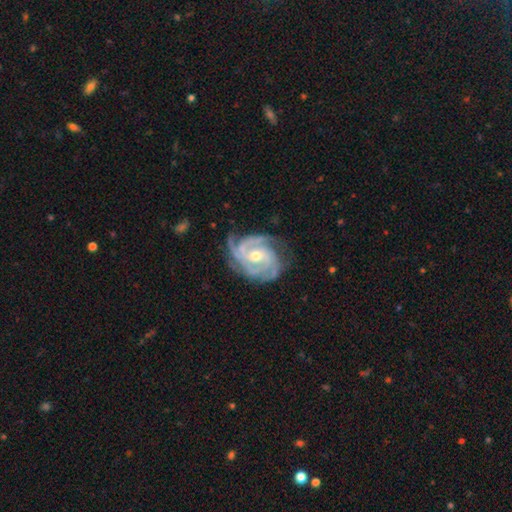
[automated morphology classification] smooth_or_featured: featured or disk (p=0.93) [alt: star or artifact p=0.04]
disk_edge_on: no (p=0.98) [alt: yes p=0.02]
bar: no (p=0.56) [alt: weak p=0.32]
has_spiral_arms: yes (p=0.98) [alt: no p=0.02]
spiral_winding: tight (p=0.68) [alt: medium p=0.28]
spiral_arm_count: 3 (p=0.43) [alt: 4 p=0.27]
bulge_size: moderate (p=0.60) [alt: small p=0.36]
merging: none (p=0.73) [alt: minor disturbance p=0.19]